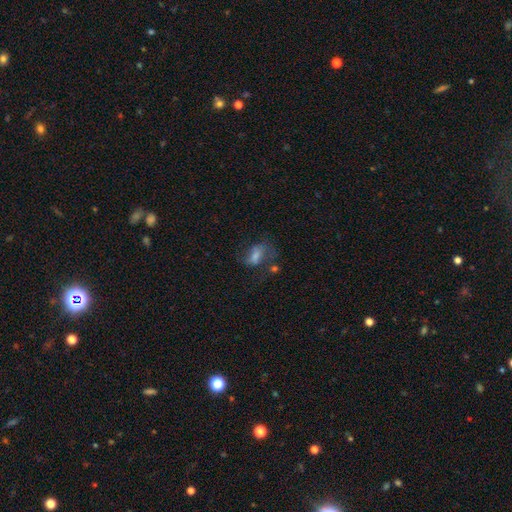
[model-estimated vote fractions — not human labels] A smooth galaxy with no disk features (42%).

Vote fractions:
- Smooth or featured? smooth: 42% / featured or disk: 39% / star or artifact: 19%
- Merging? none: 44% / major disturbance: 26% / minor disturbance: 20% / merger: 10%